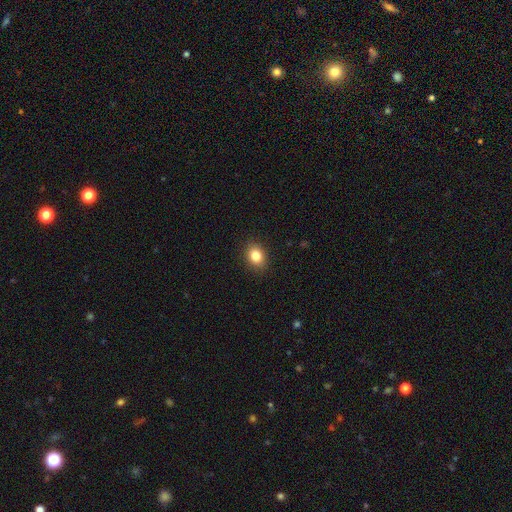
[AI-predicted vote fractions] Overall: smooth (84%). How rounded: in between (57%; round 41%). Merging: none (89%).